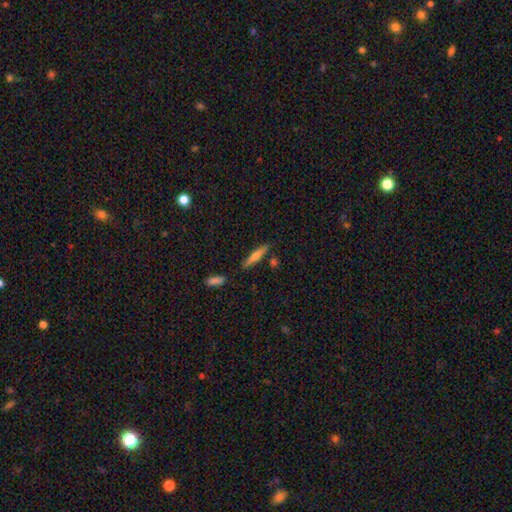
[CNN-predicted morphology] Overall: smooth (54%; featured or disk 39%). How rounded: cigar-shaped (86%). Merging: none (82%).